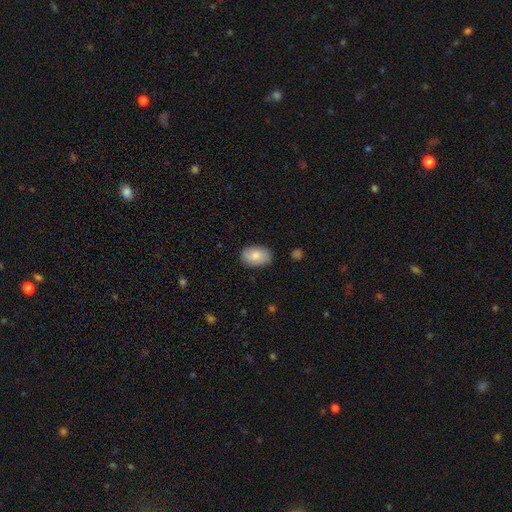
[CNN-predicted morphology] Smooth or featured?
  - smooth: 84% *
  - featured or disk: 10%
  - star or artifact: 6%
How rounded?
  - in between: 89% *
  - round: 10%
  - cigar-shaped: 1%
Merging?
  - none: 84% *
  - minor disturbance: 13%
  - major disturbance: 3%
  - merger: 1%